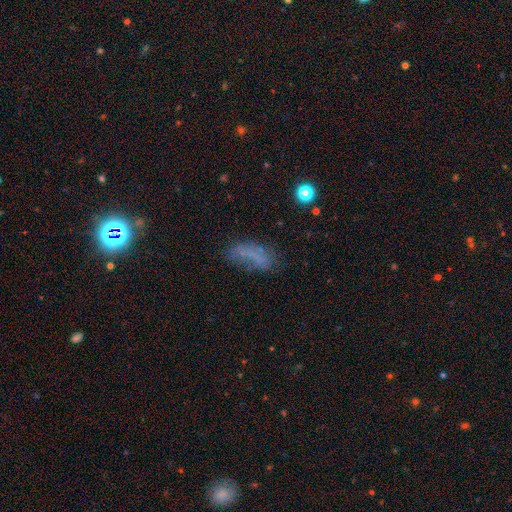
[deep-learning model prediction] A smooth galaxy with no disk features (58%) that is in between round and cigar-shaped (70%). Merging: none (49%).